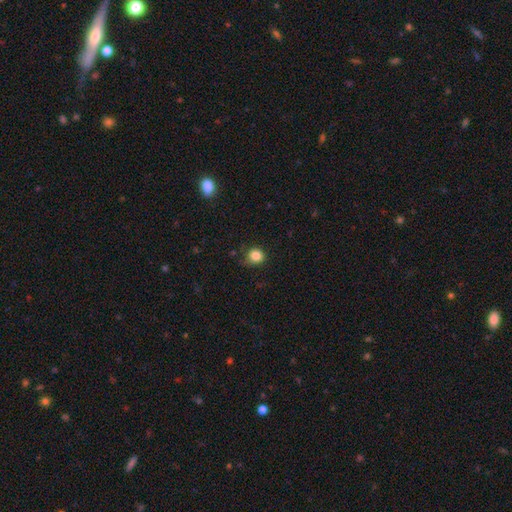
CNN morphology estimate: smooth-or-featured: smooth: 85% | star or artifact: 11% | featured or disk: 4%
  how-rounded: round: 84% | in between: 15% | cigar-shaped: 1%
  merging: none: 72% | minor disturbance: 21% | major disturbance: 5% | merger: 2%